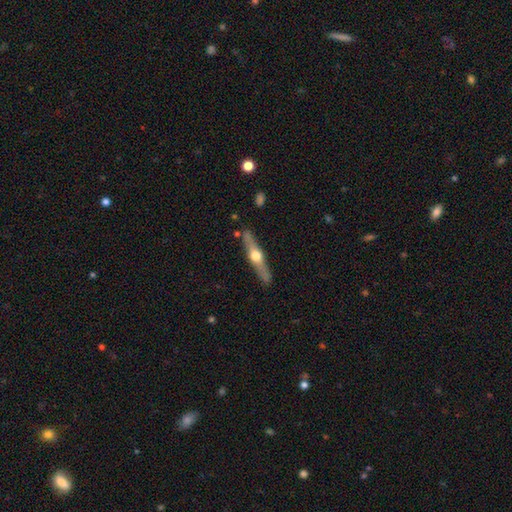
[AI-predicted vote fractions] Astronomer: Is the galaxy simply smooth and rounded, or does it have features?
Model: featured or disk — 69%.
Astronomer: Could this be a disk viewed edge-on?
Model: yes — 95%.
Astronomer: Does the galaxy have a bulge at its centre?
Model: rounded — 95%.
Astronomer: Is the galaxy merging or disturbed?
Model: none — 87%.